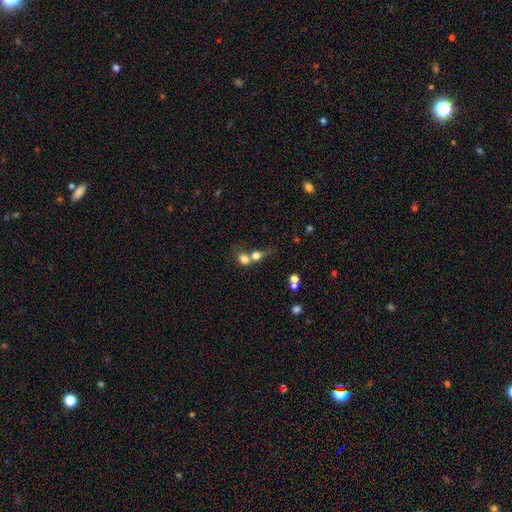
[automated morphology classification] smooth_or_featured: smooth (p=0.73) [alt: featured or disk p=0.15]
how_rounded: round (p=0.54) [alt: in between p=0.43]
merging: merger (p=0.65) [alt: none p=0.22]